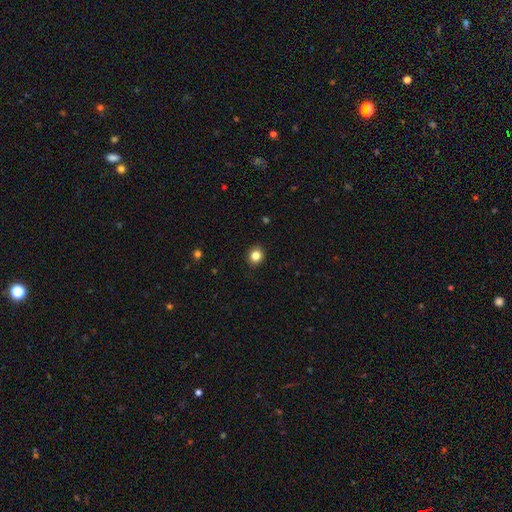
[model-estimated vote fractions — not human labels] Overall: smooth (84%). How rounded: round (75%). Merging: none (90%).